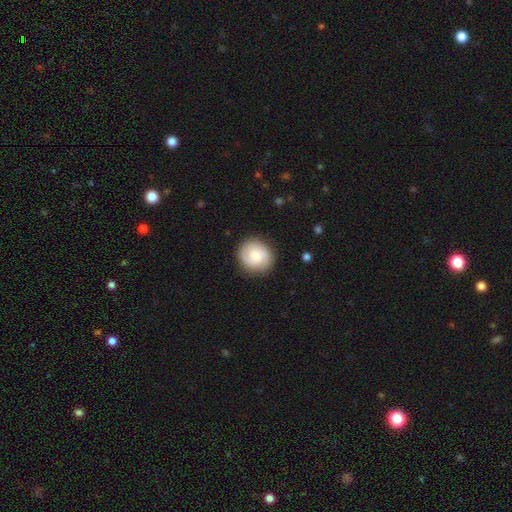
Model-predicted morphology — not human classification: Q: Smooth or featured?
A: smooth (68%); runner-up: featured or disk (25%)
Q: How rounded?
A: round (85%); runner-up: in between (14%)
Q: Merging?
A: none (86%); runner-up: minor disturbance (10%)